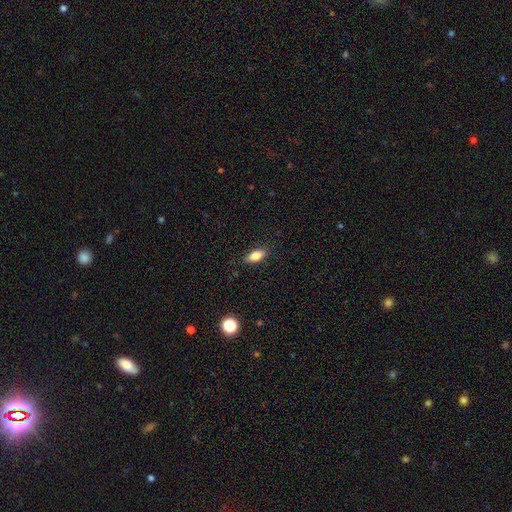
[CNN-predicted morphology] A smooth galaxy with no disk features (80%) that is in between round and cigar-shaped (84%). Merging: none (86%).